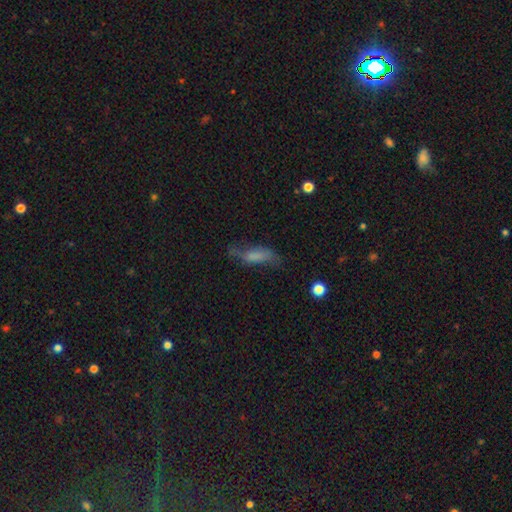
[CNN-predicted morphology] A smooth galaxy with no disk features (56%) that is in between round and cigar-shaped (63%). Merging: none (47%).